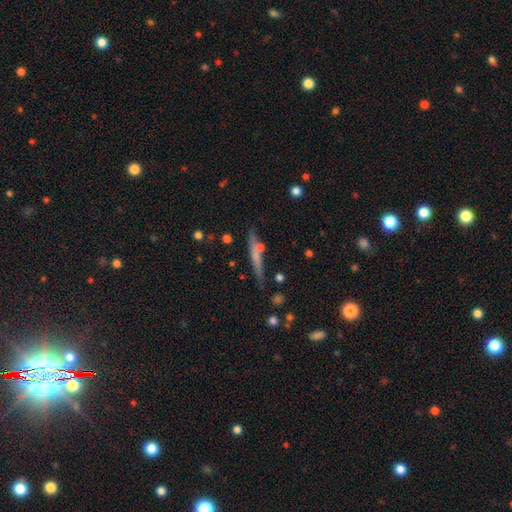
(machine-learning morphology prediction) Smooth or featured?
  - featured or disk: 46% *
  - smooth: 45%
  - star or artifact: 9%
Merging?
  - none: 77% *
  - minor disturbance: 13%
  - merger: 7%
  - major disturbance: 3%